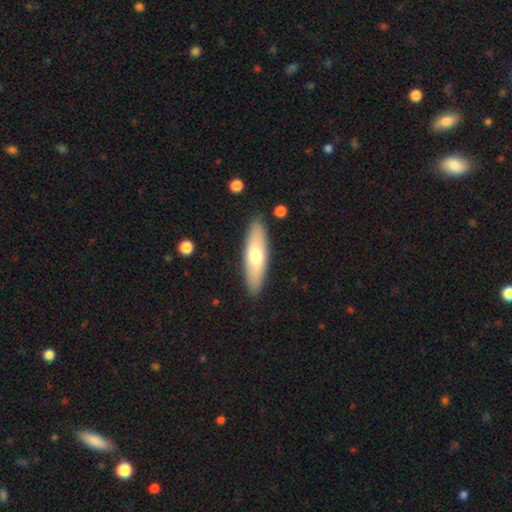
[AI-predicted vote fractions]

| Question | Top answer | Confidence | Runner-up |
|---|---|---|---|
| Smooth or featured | smooth | 60% | featured or disk (34%) |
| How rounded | cigar-shaped | 57% | in between (42%) |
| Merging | none | 89% | minor disturbance (8%) |